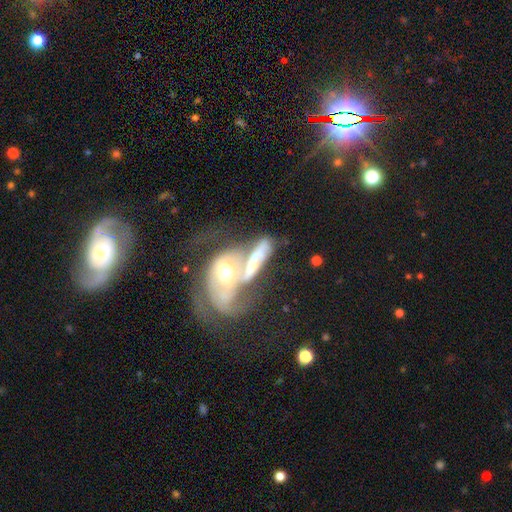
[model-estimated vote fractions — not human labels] Overall: featured or disk (55%; smooth 36%). Edge-on disk: no (80%). Merging: merger (67%).